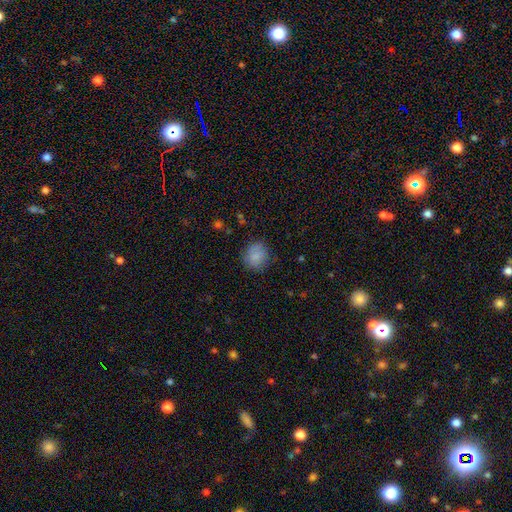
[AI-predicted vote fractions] Smooth or featured?
  - smooth: 83% *
  - featured or disk: 9%
  - star or artifact: 9%
How rounded?
  - round: 81% *
  - in between: 18%
  - cigar-shaped: 1%
Merging?
  - none: 78% *
  - minor disturbance: 16%
  - major disturbance: 5%
  - merger: 2%